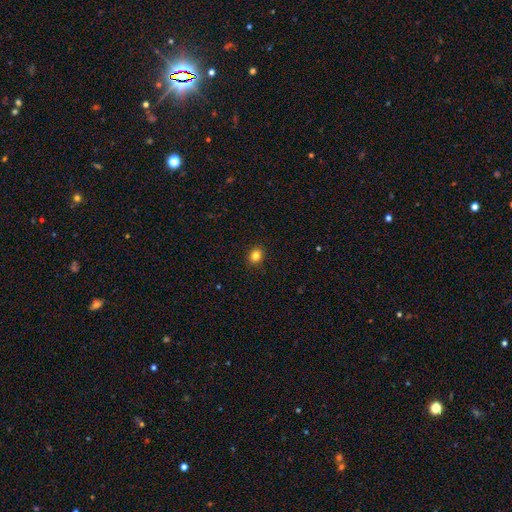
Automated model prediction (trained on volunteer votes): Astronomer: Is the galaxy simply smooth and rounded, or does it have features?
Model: smooth — 83%.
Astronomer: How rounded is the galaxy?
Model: round — 63%.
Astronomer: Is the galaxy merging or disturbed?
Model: none — 91%.